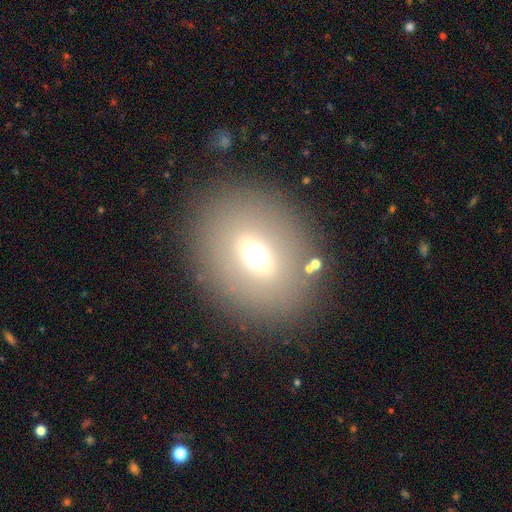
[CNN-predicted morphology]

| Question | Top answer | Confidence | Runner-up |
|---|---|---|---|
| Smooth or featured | smooth | 57% | featured or disk (27%) |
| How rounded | in between | 50% | round (49%) |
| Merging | none | 84% | minor disturbance (9%) |